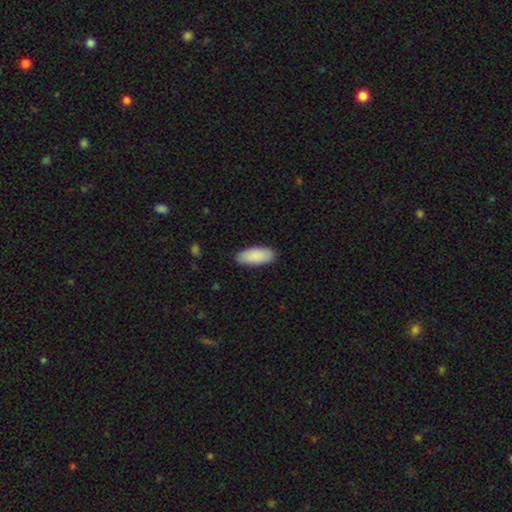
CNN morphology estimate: smooth_or_featured: smooth (p=0.90) [alt: star or artifact p=0.05]
how_rounded: in between (p=0.86) [alt: cigar-shaped p=0.13]
merging: none (p=0.87) [alt: minor disturbance p=0.11]